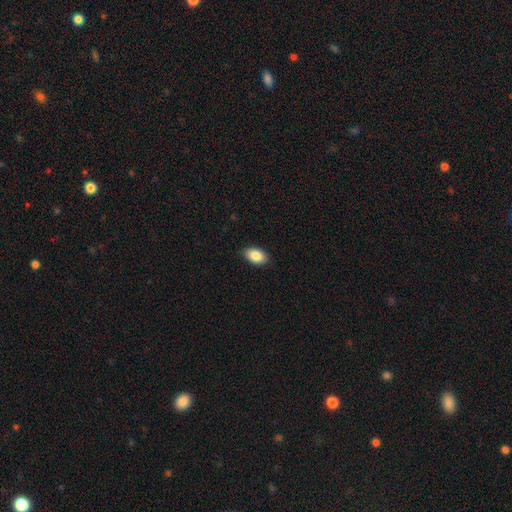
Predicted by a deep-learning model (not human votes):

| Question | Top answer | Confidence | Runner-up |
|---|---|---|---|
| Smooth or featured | smooth | 86% | star or artifact (7%) |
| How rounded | in between | 91% | round (8%) |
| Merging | none | 87% | minor disturbance (10%) |